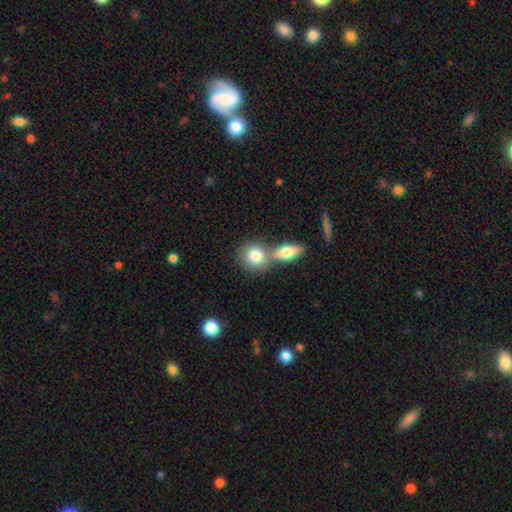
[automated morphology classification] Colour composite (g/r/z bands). It shows a smooth galaxy with no disk features (81%) that is round (74%). Merging: merger (46%).